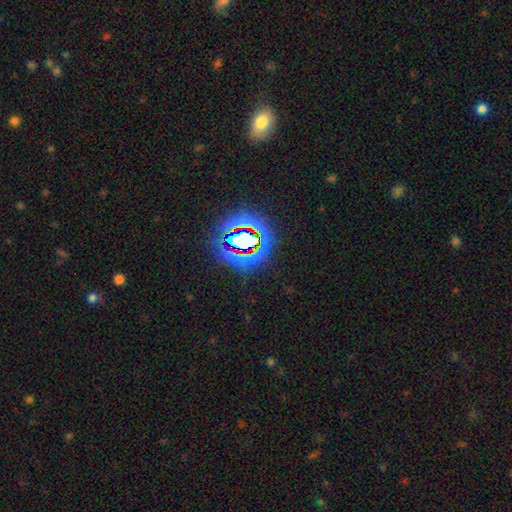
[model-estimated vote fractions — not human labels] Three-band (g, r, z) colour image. It shows a star or artifact, not a galaxy (76%).